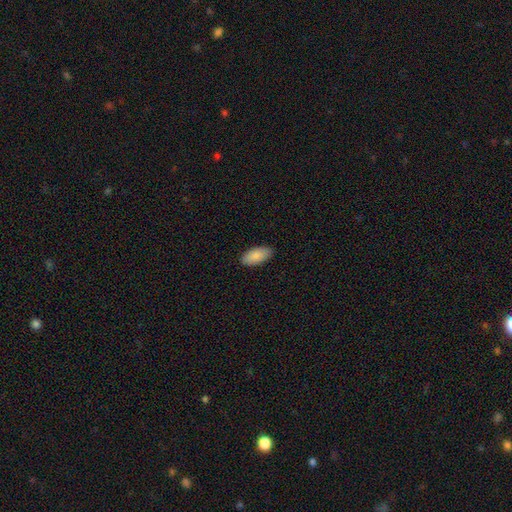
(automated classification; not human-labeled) Overall: smooth (89%). How rounded: in between (92%). Merging: none (89%).